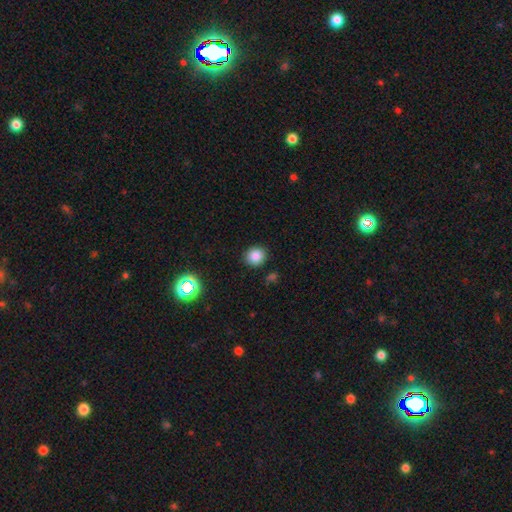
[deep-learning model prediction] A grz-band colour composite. It shows a smooth galaxy with no disk features (83%) that is round (85%). Merging: none (89%).